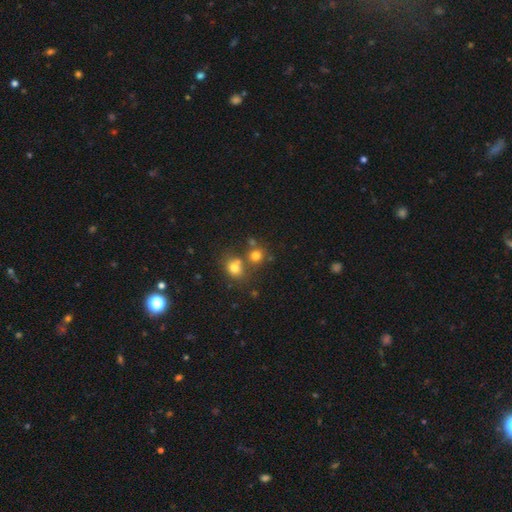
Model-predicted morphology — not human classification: smooth 74%, star or artifact 16%, featured or disk 10%. Down the decision tree: how rounded — round (84%); merging — none (56%).